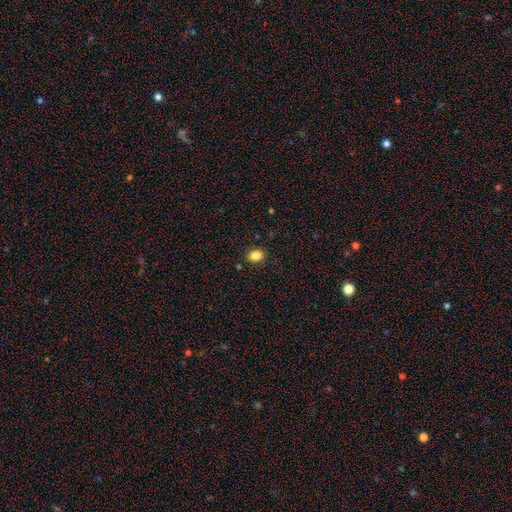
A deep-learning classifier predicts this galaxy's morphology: The model was most divided on "how rounded": in between: 52%, round: 47%, cigar-shaped: 1%. More confident: merging — none (88%); smooth or featured — smooth (85%).